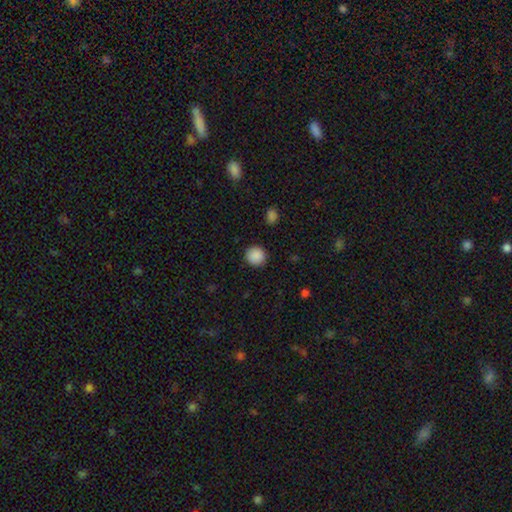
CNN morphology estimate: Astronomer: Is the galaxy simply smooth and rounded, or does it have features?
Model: smooth — 89%.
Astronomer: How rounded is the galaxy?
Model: round — 93%.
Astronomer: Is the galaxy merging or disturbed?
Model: none — 91%.